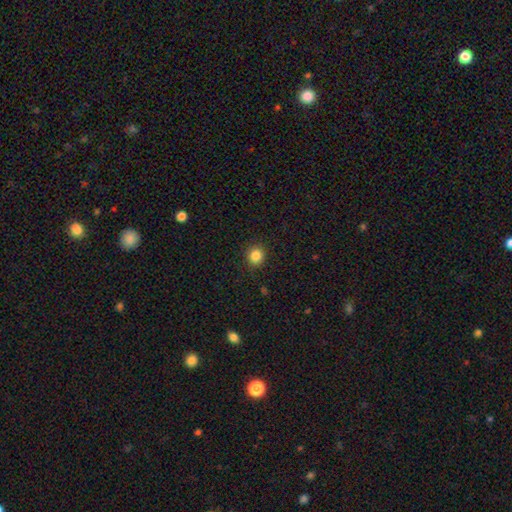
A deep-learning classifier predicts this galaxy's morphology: smooth 85%, star or artifact 11%, featured or disk 4%. Down the decision tree: how rounded — round (88%); merging — none (90%).